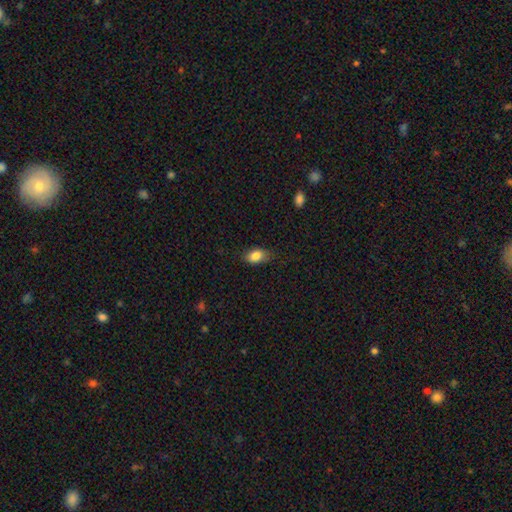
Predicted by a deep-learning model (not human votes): A smooth galaxy with no disk features (84%) that is in between round and cigar-shaped (85%).

Vote fractions:
- Smooth or featured? smooth: 84% / star or artifact: 8% / featured or disk: 8%
- How rounded? in between: 85% / round: 12% / cigar-shaped: 3%
- Merging? none: 78% / minor disturbance: 18% / major disturbance: 3% / merger: 1%